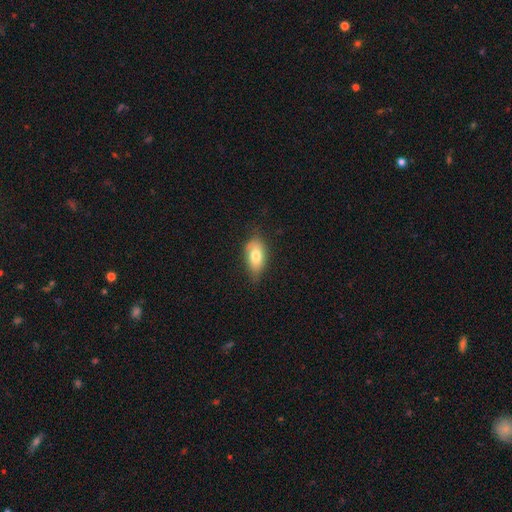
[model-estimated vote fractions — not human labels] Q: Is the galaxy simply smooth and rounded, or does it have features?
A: smooth — 75%.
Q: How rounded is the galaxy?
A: in between — 89%.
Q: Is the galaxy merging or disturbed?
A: none — 61%.